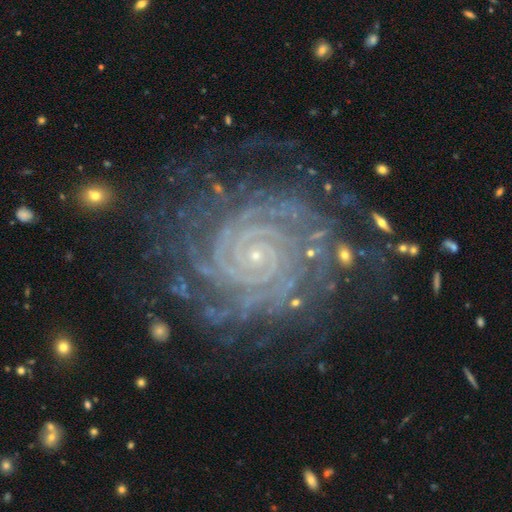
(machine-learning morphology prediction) A featured or disk galaxy (92%) with no bar (72%), 2 (29%) tight (89%) spiral arms (99%) and a small central bulge (88%).

Vote fractions:
- Smooth or featured? featured or disk: 92% / star or artifact: 6% / smooth: 3%
- Edge-on disk? no: 98% / yes: 2%
- Bar? no: 72% / weak: 17% / strong: 11%
- Spiral arms? yes: 99% / no: 1%
- Spiral winding? tight: 89% / medium: 9% / loose: 1%
- Spiral arm count? 2: 29% / 4: 17% / more than 4: 17% / 3: 16% / can't tell: 13% / 1: 9%
- Bulge size? small: 88% / moderate: 9% / none: 2% / large: 1% / dominant: 1%
- Merging? none: 73% / minor disturbance: 17% / major disturbance: 8% / merger: 2%